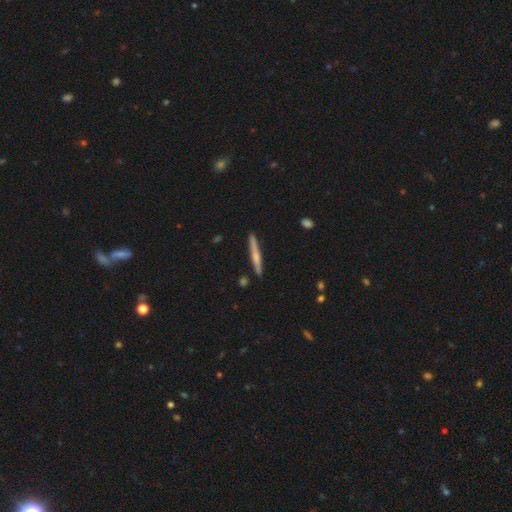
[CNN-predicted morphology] smooth-or-featured: featured or disk: 51% | smooth: 44% | star or artifact: 6%
  disk-edge-on: yes: 97% | no: 3%
  merging: none: 88% | minor disturbance: 8% | merger: 2% | major disturbance: 2%